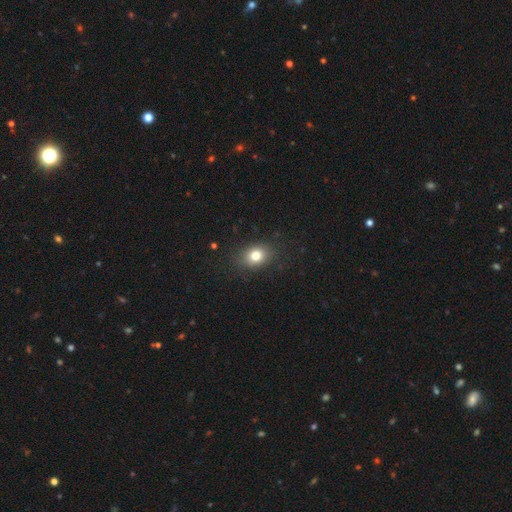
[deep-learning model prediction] The model was most divided on "how rounded": in between: 57%, round: 41%, cigar-shaped: 1%. More confident: merging — none (85%); smooth or featured — smooth (79%).